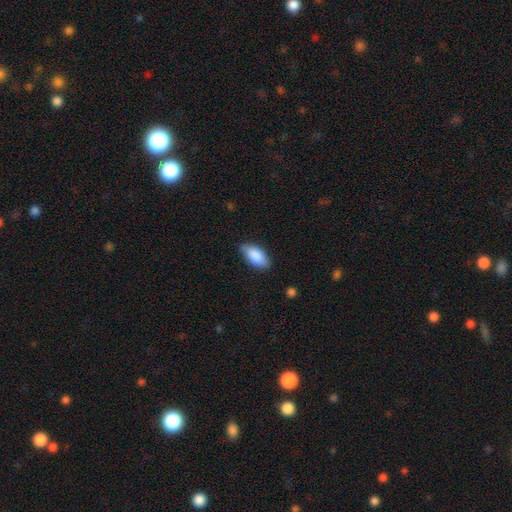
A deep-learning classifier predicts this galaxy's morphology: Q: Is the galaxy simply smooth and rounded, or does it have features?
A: smooth — 86%.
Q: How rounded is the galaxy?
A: in between — 90%.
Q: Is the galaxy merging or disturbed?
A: none — 83%.